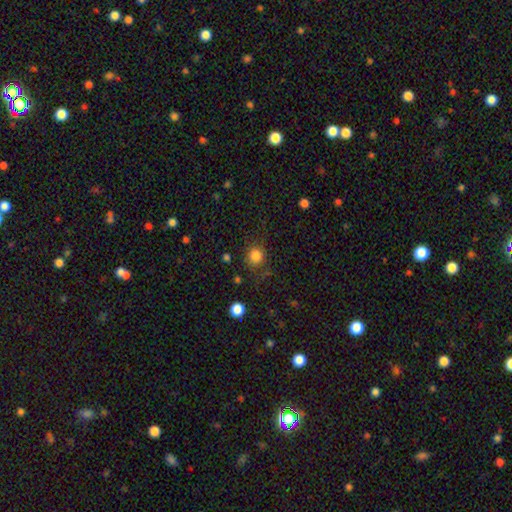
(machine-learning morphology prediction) smooth_or_featured: smooth (p=0.83) [alt: star or artifact p=0.12]
how_rounded: round (p=0.87) [alt: in between p=0.12]
merging: none (p=0.79) [alt: minor disturbance p=0.13]